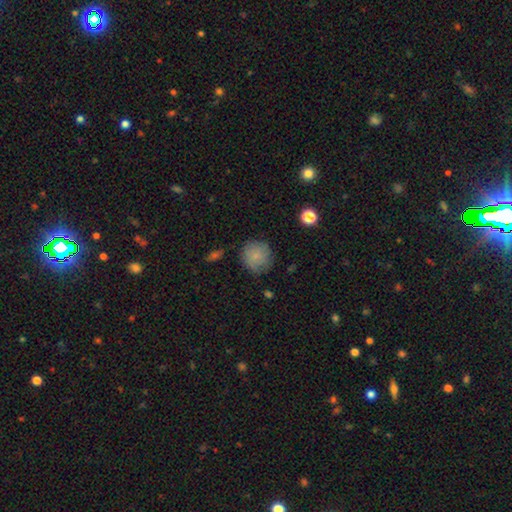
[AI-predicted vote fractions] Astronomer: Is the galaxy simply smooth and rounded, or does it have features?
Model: smooth — 79%.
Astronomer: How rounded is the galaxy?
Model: round — 90%.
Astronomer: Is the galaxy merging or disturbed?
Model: none — 76%.